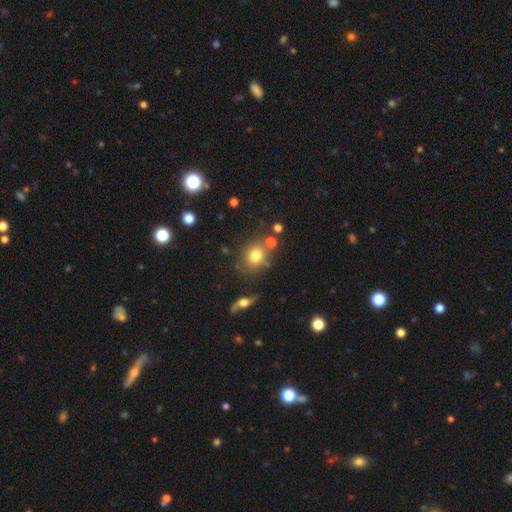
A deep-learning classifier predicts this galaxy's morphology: Smooth or featured: smooth — 76% (star or artifact — 13%)
How rounded: round — 70% (in between — 28%)
Merging: none — 72% (minor disturbance — 13%)